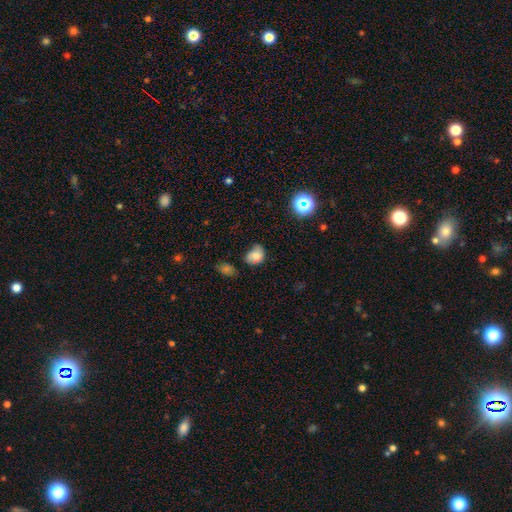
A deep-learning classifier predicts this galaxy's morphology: This appears to be a smooth galaxy with no disk features (63%) that is in between round and cigar-shaped (63%). Merging: none (45%).